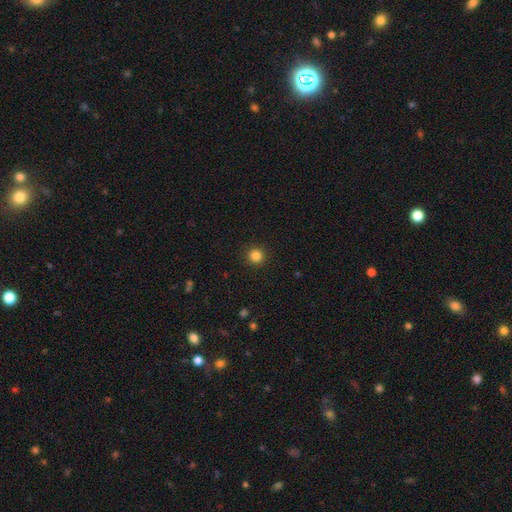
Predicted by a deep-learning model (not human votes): Q: Smooth or featured?
A: smooth (84%); runner-up: star or artifact (12%)
Q: How rounded?
A: round (95%); runner-up: in between (4%)
Q: Merging?
A: none (92%); runner-up: minor disturbance (5%)